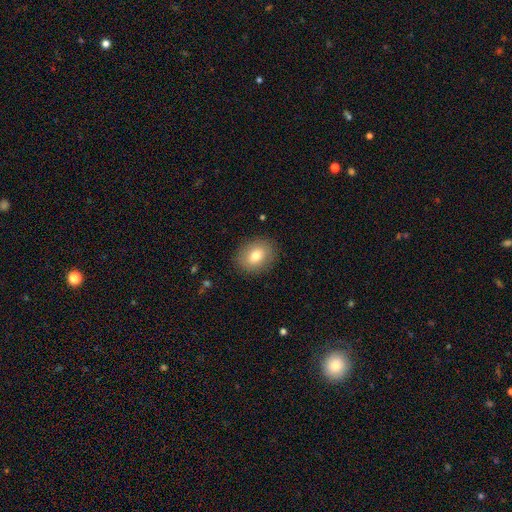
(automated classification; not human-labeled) Smooth or featured?
  - smooth: 78% *
  - featured or disk: 14%
  - star or artifact: 8%
How rounded?
  - in between: 57% *
  - round: 42%
  - cigar-shaped: 1%
Merging?
  - none: 87% *
  - minor disturbance: 9%
  - major disturbance: 3%
  - merger: 1%